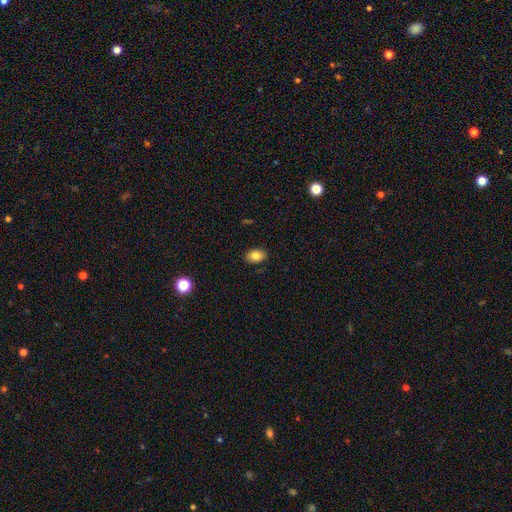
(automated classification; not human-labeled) smooth-or-featured: smooth: 83% | star or artifact: 9% | featured or disk: 8%
  how-rounded: in between: 84% | round: 14% | cigar-shaped: 1%
  merging: none: 88% | minor disturbance: 9% | major disturbance: 2% | merger: 1%